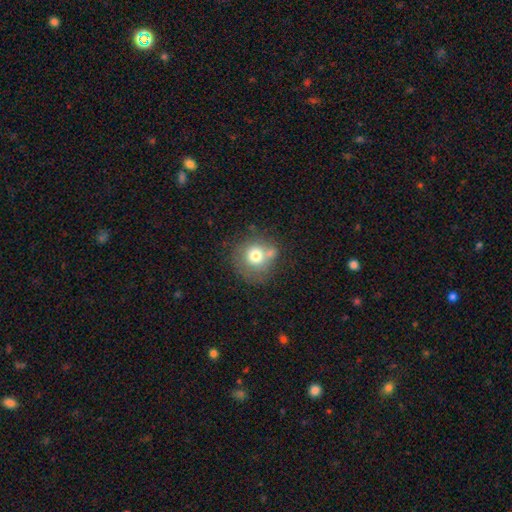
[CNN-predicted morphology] A smooth galaxy with no disk features (71%) that is round (87%).

Vote fractions:
- Smooth or featured? smooth: 71% / featured or disk: 18% / star or artifact: 10%
- How rounded? round: 87% / in between: 12% / cigar-shaped: 1%
- Merging? none: 51% / merger: 23% / minor disturbance: 18% / major disturbance: 8%